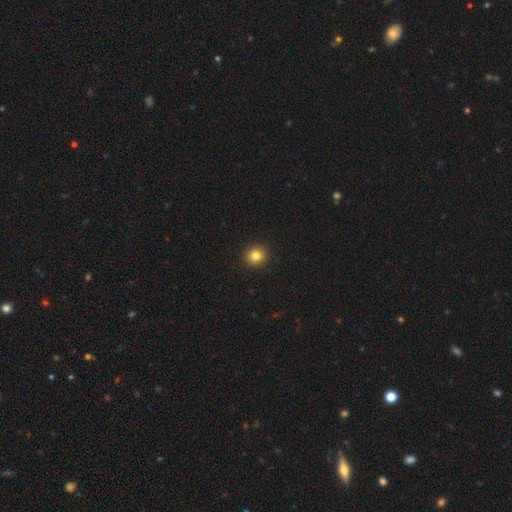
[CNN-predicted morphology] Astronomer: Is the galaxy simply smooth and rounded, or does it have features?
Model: smooth — 82%.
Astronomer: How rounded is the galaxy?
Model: round — 88%.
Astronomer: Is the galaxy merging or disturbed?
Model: none — 93%.